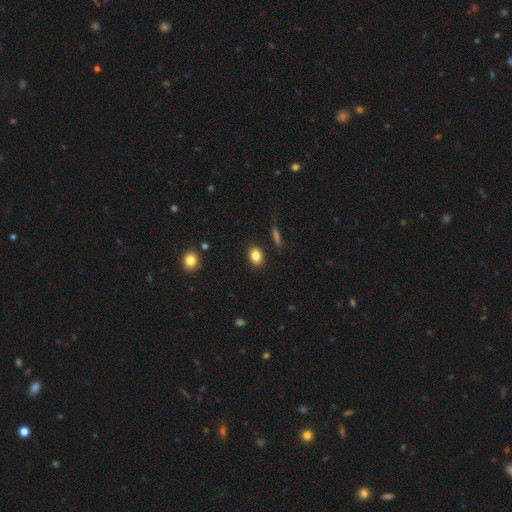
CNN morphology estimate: Smooth or featured? smooth (85%)
How rounded? in between (74%)
Merging? none (88%)